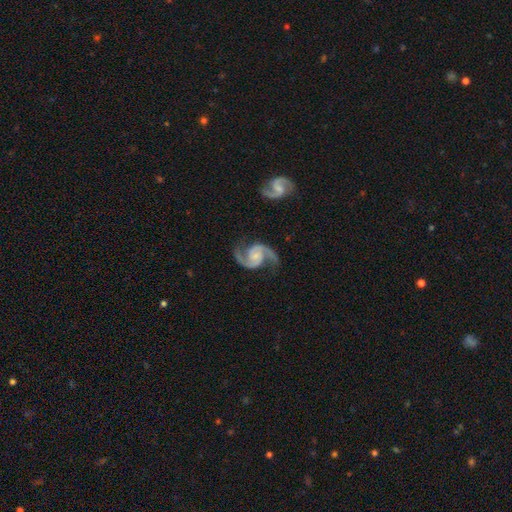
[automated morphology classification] Smooth or featured? featured or disk (94%)
Edge-on disk? no (98%)
Bar? no (61%)
Spiral arms? yes (99%)
Spiral winding? medium (59%)
Spiral arm count? 2 (95%)
Bulge size? small (62%)
Merging? none (78%)